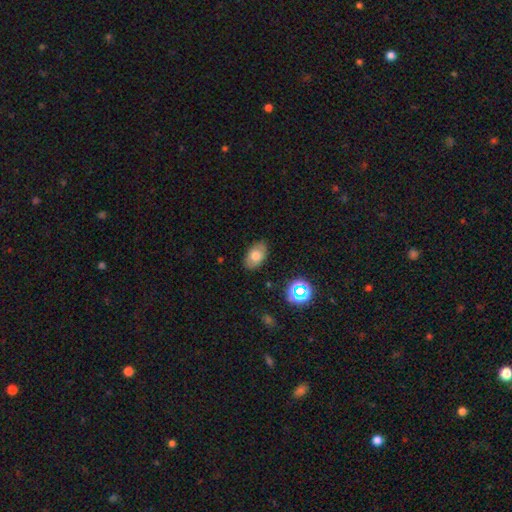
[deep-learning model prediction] Smooth or featured? smooth (73%)
How rounded? in between (89%)
Merging? none (84%)